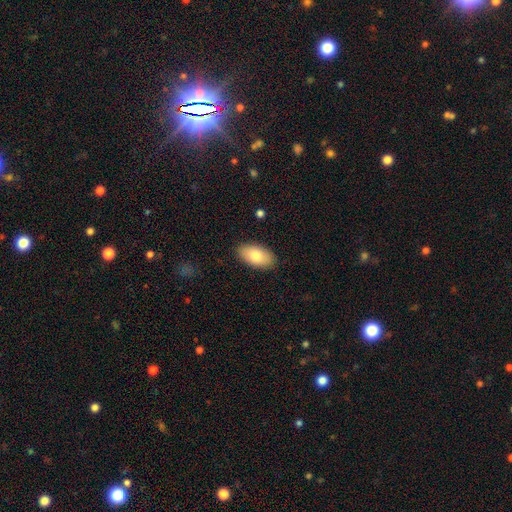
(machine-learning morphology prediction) smooth-or-featured: smooth: 78% | featured or disk: 16% | star or artifact: 6%
  how-rounded: in between: 94% | round: 4% | cigar-shaped: 2%
  merging: none: 88% | minor disturbance: 9% | major disturbance: 2% | merger: 1%